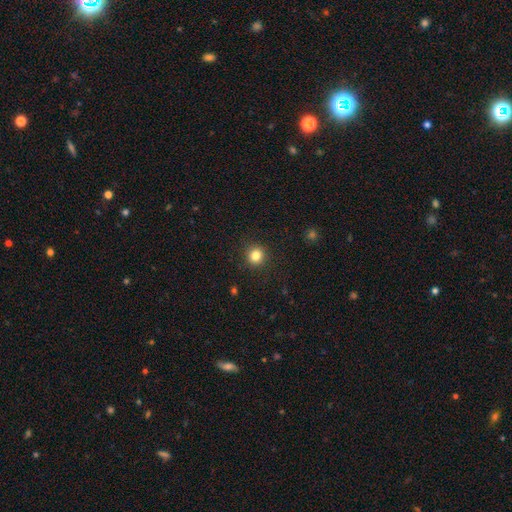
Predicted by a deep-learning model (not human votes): The model was most divided on "smooth or featured": smooth: 84%, star or artifact: 12%, featured or disk: 5%. More confident: merging — none (91%); how rounded — round (90%).